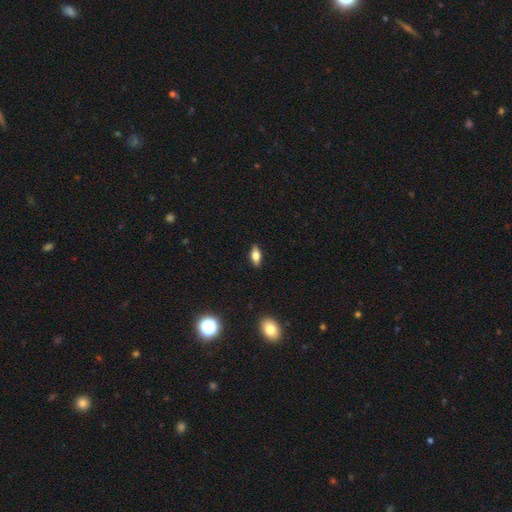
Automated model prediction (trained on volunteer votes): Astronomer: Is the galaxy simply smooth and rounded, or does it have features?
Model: smooth — 64%.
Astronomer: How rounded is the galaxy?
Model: in between — 79%.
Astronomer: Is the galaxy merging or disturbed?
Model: none — 88%.